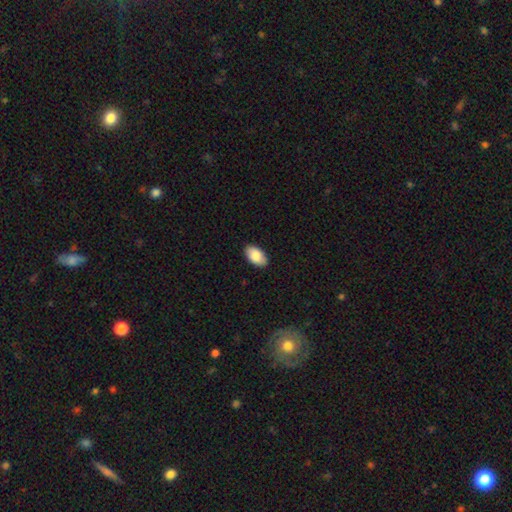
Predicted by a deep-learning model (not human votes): Smooth or featured? smooth (86%)
How rounded? in between (95%)
Merging? none (88%)